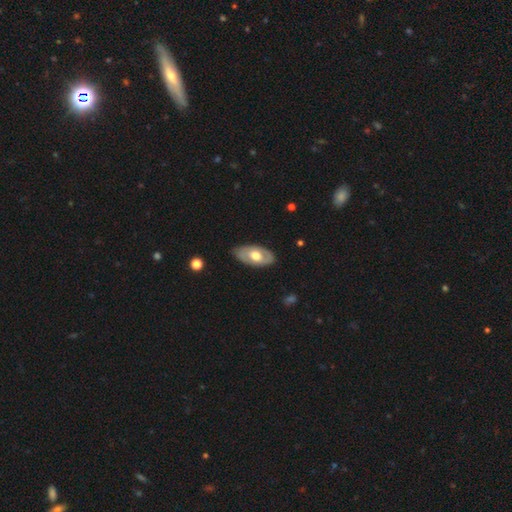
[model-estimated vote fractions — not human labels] Smooth or featured: featured or disk — 53% (smooth — 42%)
Edge-on disk: no — 86% (yes — 14%)
Merging: none — 78% (minor disturbance — 17%)